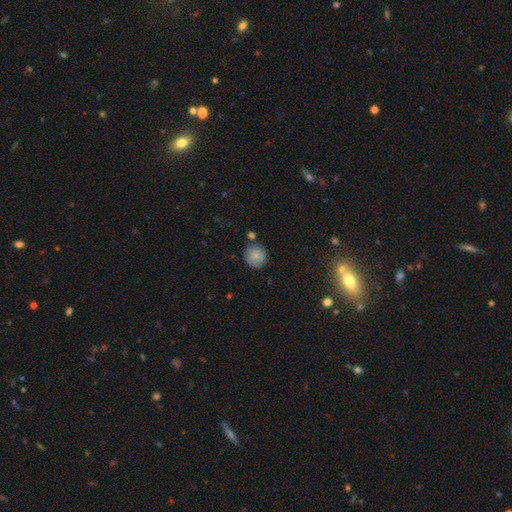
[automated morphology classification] The model was most divided on "merging": none: 77%, minor disturbance: 13%, merger: 7%, major disturbance: 3%. More confident: how rounded — round (91%); smooth or featured — smooth (80%).